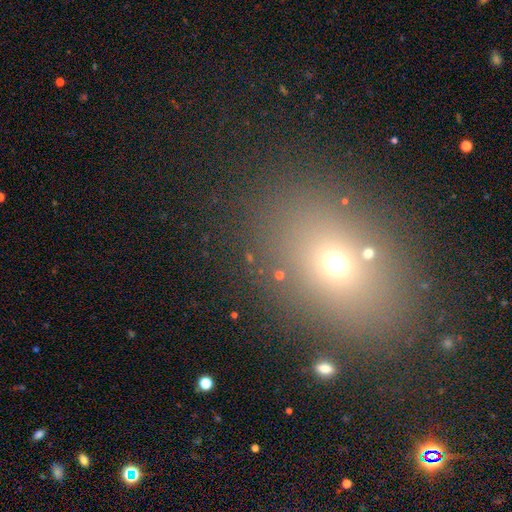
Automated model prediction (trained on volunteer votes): smooth 59%, star or artifact 27%, featured or disk 13%. Down the decision tree: how rounded — in between (61%); merging — none (82%).